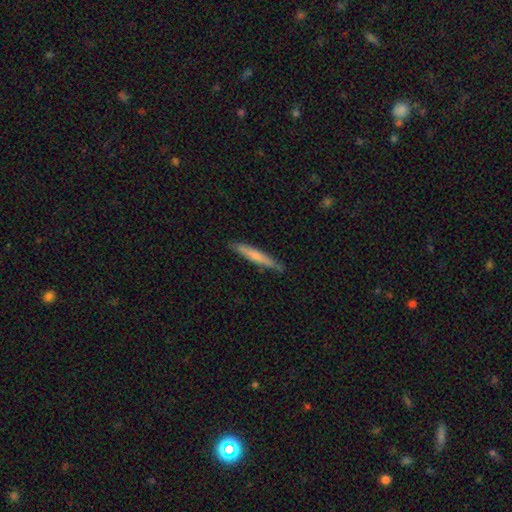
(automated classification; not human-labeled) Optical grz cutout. It shows a smooth galaxy with no disk features (66%) that is cigar-shaped (95%). Merging: none (85%).